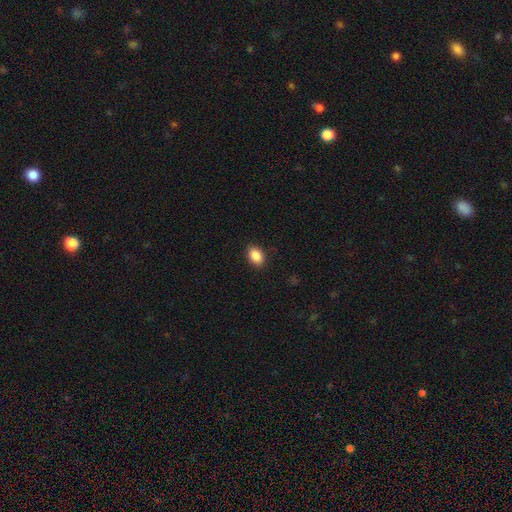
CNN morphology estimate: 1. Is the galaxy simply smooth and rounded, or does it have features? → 88% smooth, 8% star or artifact, 4% featured or disk.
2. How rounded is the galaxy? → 83% in between, 16% round, 1% cigar-shaped.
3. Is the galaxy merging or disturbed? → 89% none, 8% minor disturbance, 2% major disturbance, 1% merger.